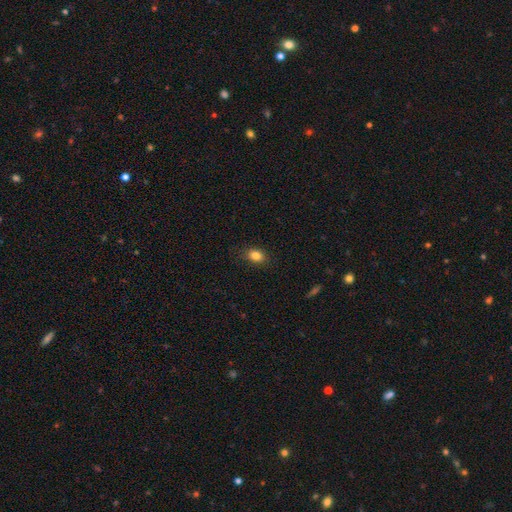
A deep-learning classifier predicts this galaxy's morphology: type=smooth (84%); roundness=in between (64%); merging=none (85%).